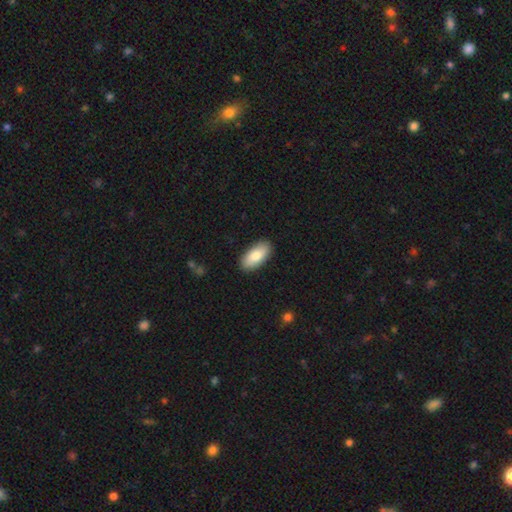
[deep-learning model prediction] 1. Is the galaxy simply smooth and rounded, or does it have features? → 84% smooth, 11% featured or disk, 5% star or artifact.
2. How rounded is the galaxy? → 90% in between, 8% cigar-shaped, 2% round.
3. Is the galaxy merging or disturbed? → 89% none, 8% minor disturbance, 2% major disturbance, 1% merger.